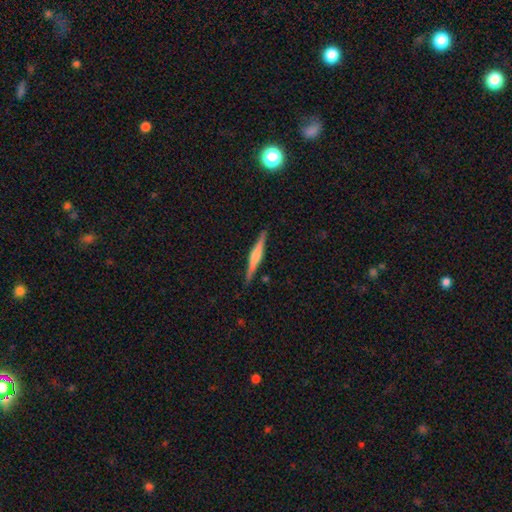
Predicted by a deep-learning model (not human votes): The model was most divided on "edge-on bulge": rounded: 57%, boxy: 29%, none: 14%. More confident: edge-on disk — yes (98%); merging — none (89%); smooth or featured — featured or disk (65%).